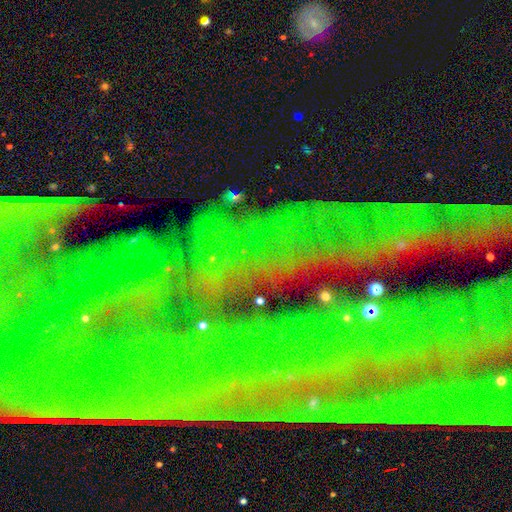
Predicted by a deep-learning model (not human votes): star or artifact 77%, featured or disk 12%, smooth 10%.